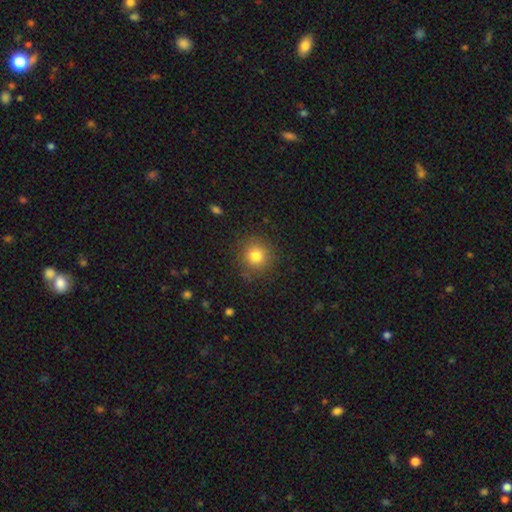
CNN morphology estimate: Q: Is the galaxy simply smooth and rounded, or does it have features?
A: smooth — 81%.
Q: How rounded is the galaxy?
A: round — 93%.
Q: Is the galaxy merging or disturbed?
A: none — 87%.